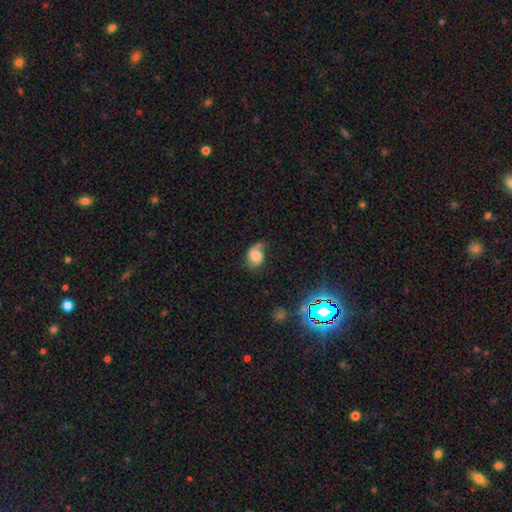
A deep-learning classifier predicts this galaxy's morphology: Smooth or featured? Predicted: smooth (p=0.56). How rounded? Predicted: in between (p=0.56). Merging? Predicted: none (p=0.46).